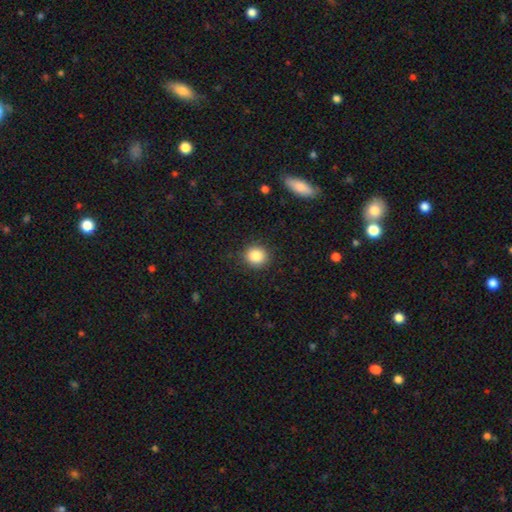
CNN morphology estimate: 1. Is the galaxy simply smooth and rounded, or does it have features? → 85% smooth, 10% star or artifact, 5% featured or disk.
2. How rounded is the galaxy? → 88% round, 11% in between, 1% cigar-shaped.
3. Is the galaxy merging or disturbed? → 89% none, 8% minor disturbance, 2% major disturbance, 1% merger.